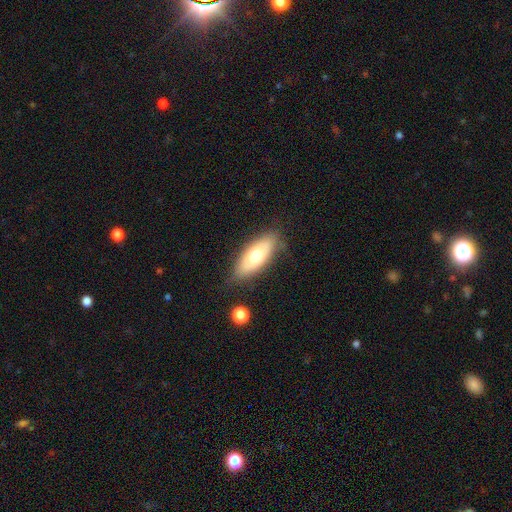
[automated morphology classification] This appears to be a smooth galaxy with no disk features (65%) that is in between round and cigar-shaped (76%). Merging: none (78%).